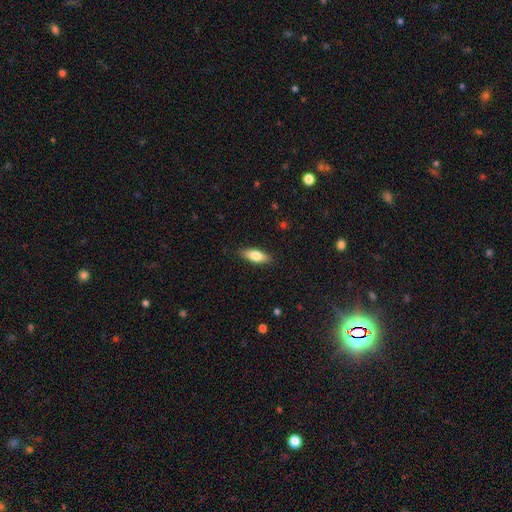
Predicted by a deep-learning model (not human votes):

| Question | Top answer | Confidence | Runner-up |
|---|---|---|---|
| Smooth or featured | smooth | 74% | featured or disk (20%) |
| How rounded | in between | 68% | cigar-shaped (30%) |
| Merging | none | 87% | minor disturbance (10%) |